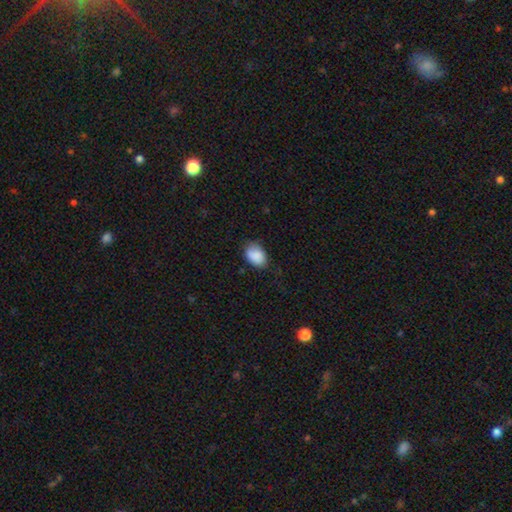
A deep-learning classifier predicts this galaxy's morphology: Overall: smooth (87%). How rounded: in between (81%). Merging: none (68%).